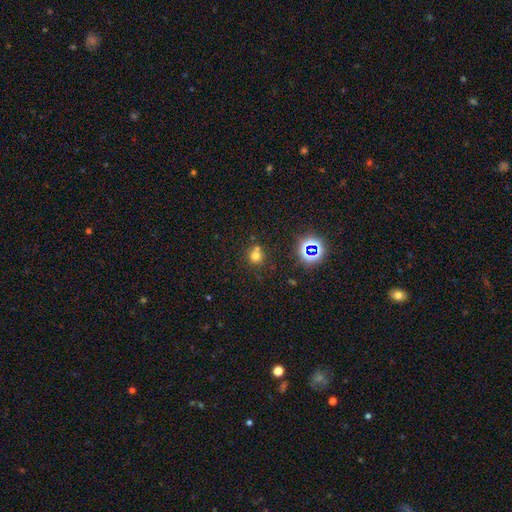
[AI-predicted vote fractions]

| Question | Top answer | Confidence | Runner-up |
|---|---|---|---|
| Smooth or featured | smooth | 67% | star or artifact (23%) |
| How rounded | round | 88% | in between (11%) |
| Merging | none | 60% | merger (27%) |